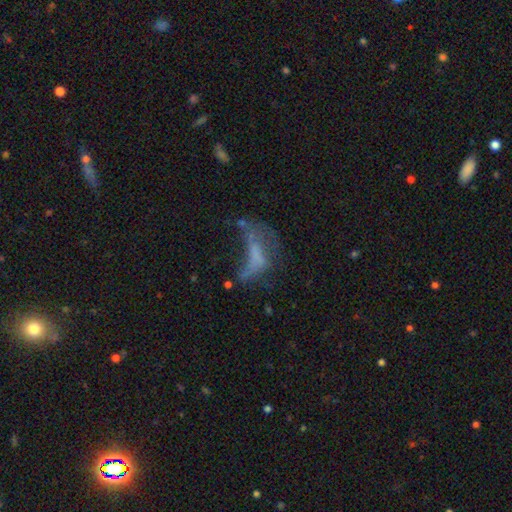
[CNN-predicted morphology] This is marginally a featured or disk galaxy (44%). Merging: possibly major disturbance (49%).